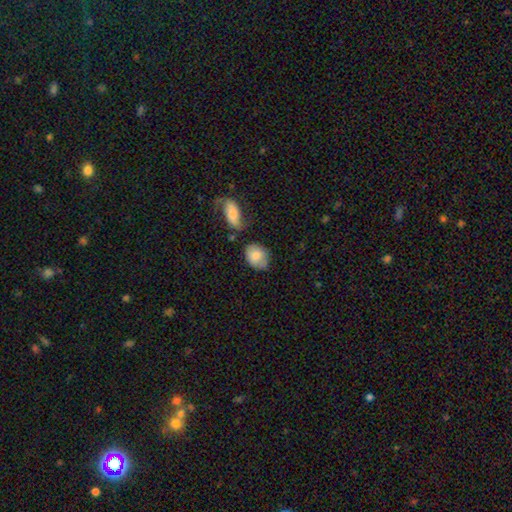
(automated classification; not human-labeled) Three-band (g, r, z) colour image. It shows a smooth galaxy with no disk features (80%) that is in between round and cigar-shaped (68%). Merging: none (56%).